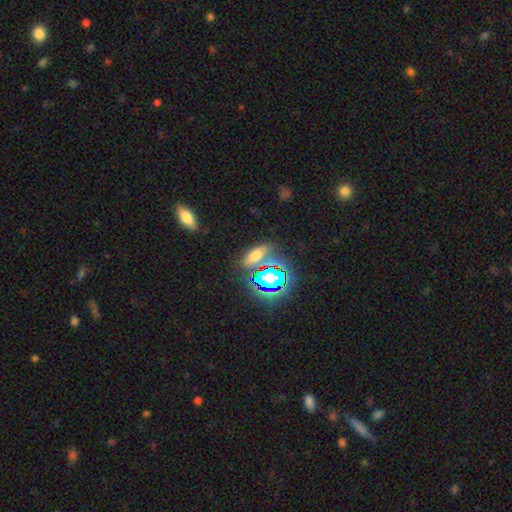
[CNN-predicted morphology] Smooth or featured? Predicted: smooth (p=0.52). How rounded? Predicted: in between (p=0.69). Merging? Predicted: none (p=0.73).